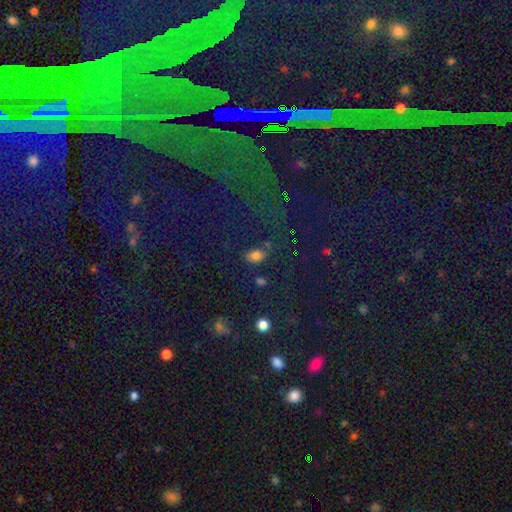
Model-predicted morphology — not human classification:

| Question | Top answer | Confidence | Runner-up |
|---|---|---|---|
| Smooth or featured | smooth | 72% | star or artifact (21%) |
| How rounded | in between | 87% | round (11%) |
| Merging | none | 75% | minor disturbance (15%) |